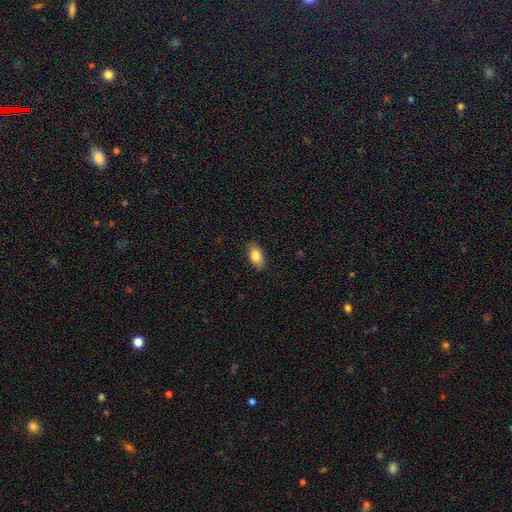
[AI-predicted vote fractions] smooth 84%, featured or disk 9%, star or artifact 7%. Down the decision tree: how rounded — in between (91%); merging — none (85%).